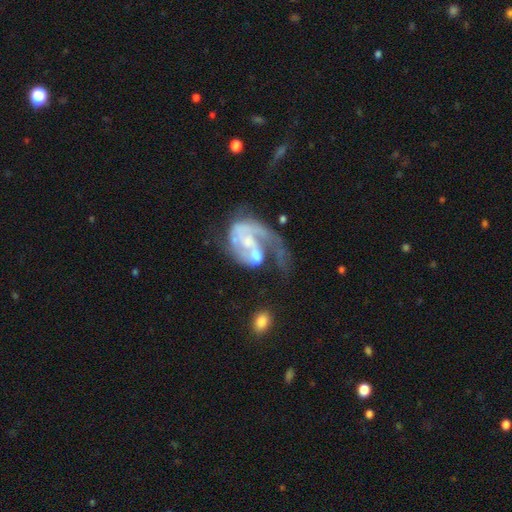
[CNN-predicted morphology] smooth-or-featured: featured or disk: 80% | smooth: 13% | star or artifact: 6%
  disk-edge-on: no: 98% | yes: 2%
    bar: no: 59% | weak: 32% | strong: 9%
    has-spiral-arms: yes: 84% | no: 16%
      spiral-winding: medium: 39% | loose: 38% | tight: 24%
      spiral-arm-count: 1: 63% | 2: 24% | can't tell: 8% | 3: 2% | 4: 1% | more than 4: 1%
    bulge-size: moderate: 37% | small: 33% | none: 19% | large: 8% | dominant: 2%
  merging: major disturbance: 47% | none: 22% | merger: 18% | minor disturbance: 13%